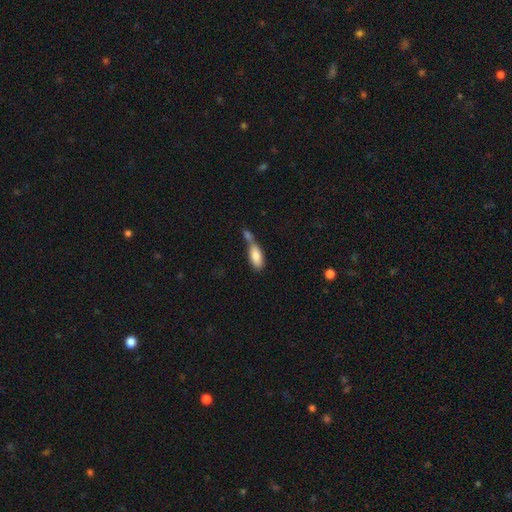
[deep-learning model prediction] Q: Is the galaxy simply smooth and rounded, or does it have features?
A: smooth — 81%.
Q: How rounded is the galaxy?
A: in between — 78%.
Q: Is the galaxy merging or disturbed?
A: merger — 54%.